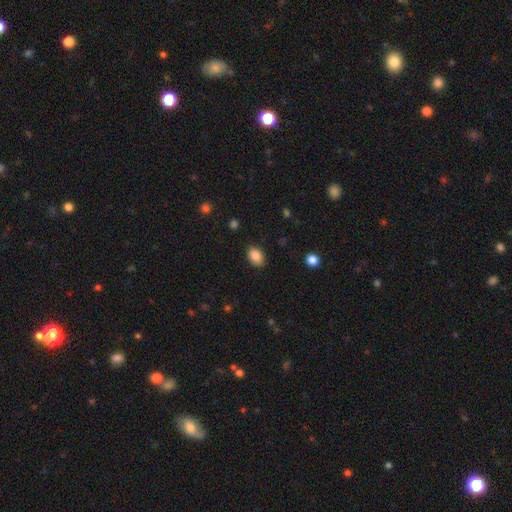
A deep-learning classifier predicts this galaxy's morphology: type=smooth (86%); roundness=in between (79%); merging=none (87%).